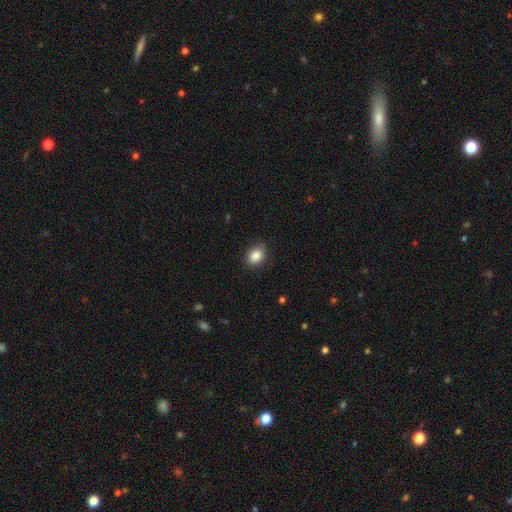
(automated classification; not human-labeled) This is clearly a smooth galaxy (87%). How rounded: possibly in between (57%). Merging: clearly none (85%).